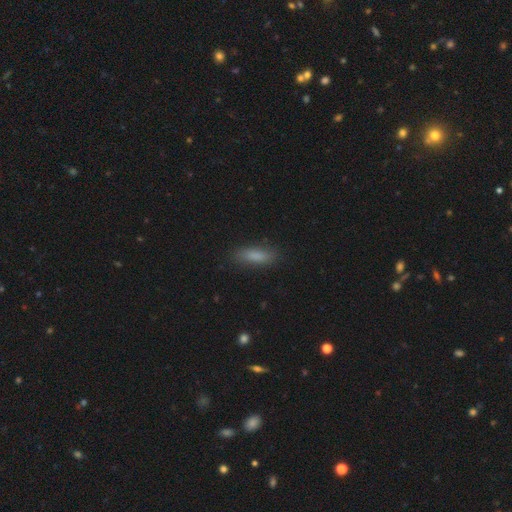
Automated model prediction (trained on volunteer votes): Smooth or featured? Predicted: smooth (p=0.82). How rounded? Predicted: in between (p=0.51). Merging? Predicted: none (p=0.84).